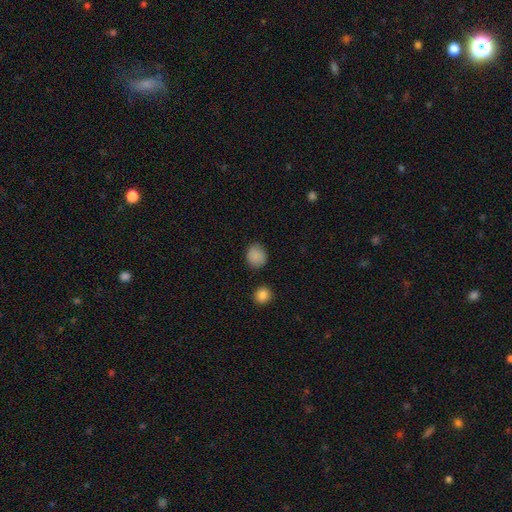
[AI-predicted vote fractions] smooth-or-featured: smooth: 87% | star or artifact: 9% | featured or disk: 4%
  how-rounded: round: 74% | in between: 25% | cigar-shaped: 1%
  merging: none: 83% | minor disturbance: 12% | major disturbance: 3% | merger: 2%